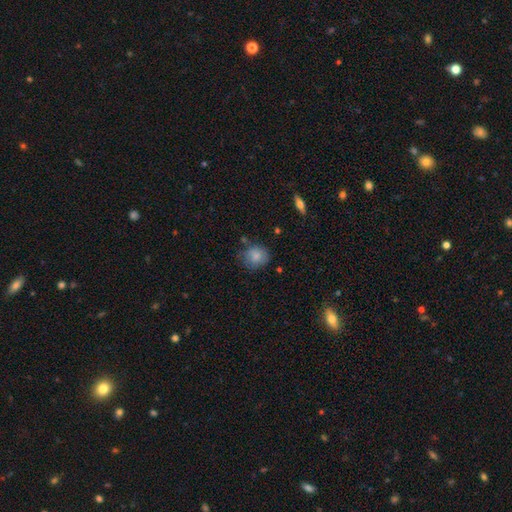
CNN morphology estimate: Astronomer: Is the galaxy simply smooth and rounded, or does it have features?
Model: smooth — 81%.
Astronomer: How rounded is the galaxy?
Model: round — 75%.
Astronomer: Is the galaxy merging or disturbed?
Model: none — 64%.